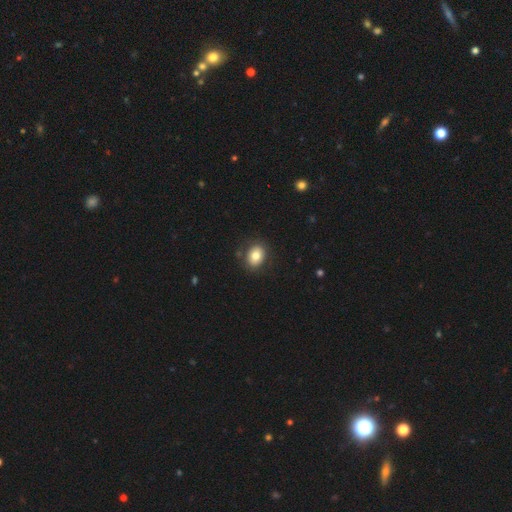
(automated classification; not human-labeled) Smooth or featured? Predicted: smooth (p=0.81). How rounded? Predicted: in between (p=0.60). Merging? Predicted: none (p=0.85).